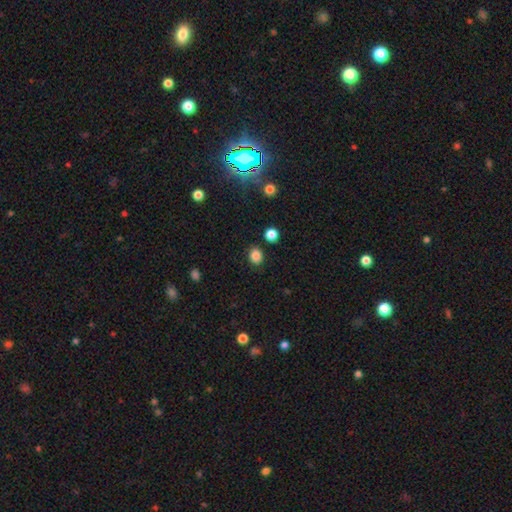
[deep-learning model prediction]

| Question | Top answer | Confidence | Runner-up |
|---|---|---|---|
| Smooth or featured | smooth | 85% | star or artifact (11%) |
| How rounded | round | 60% | in between (39%) |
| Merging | none | 85% | minor disturbance (9%) |